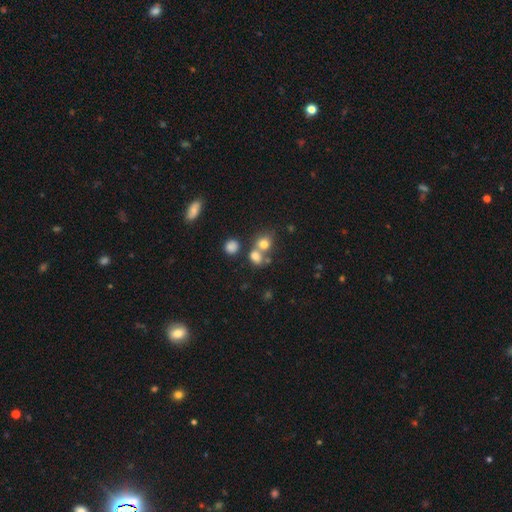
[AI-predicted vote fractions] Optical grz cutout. It shows a smooth galaxy with no disk features (74%) that is round (62%). Merging: merger (43%).